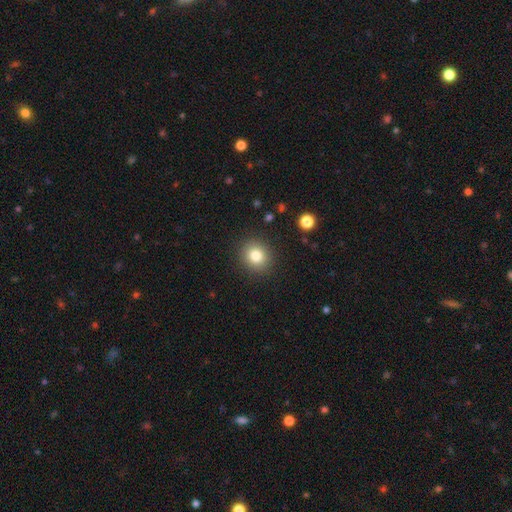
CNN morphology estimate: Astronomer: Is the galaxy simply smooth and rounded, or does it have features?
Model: smooth — 82%.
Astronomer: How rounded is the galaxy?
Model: round — 80%.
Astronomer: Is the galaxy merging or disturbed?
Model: none — 89%.